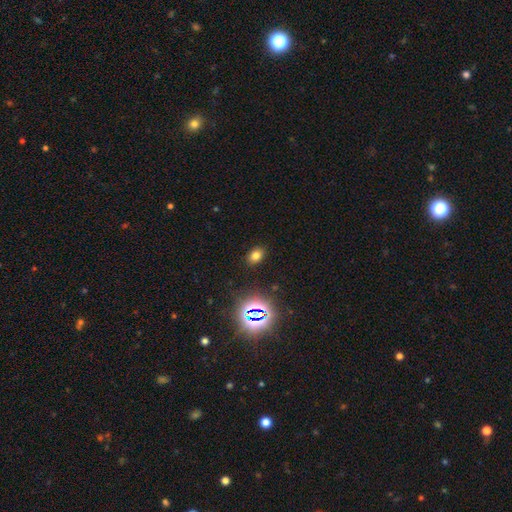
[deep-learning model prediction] Smooth or featured: smooth — 71% (star or artifact — 22%)
How rounded: in between — 67% (round — 32%)
Merging: none — 87% (minor disturbance — 9%)